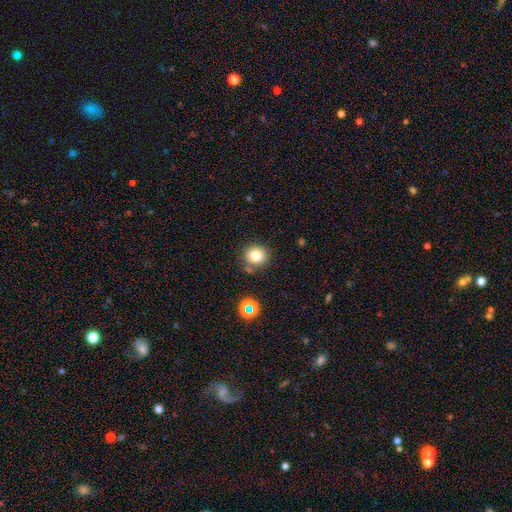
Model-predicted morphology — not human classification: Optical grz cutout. It shows a smooth galaxy with no disk features (79%) that is round (90%). Merging: none (80%).